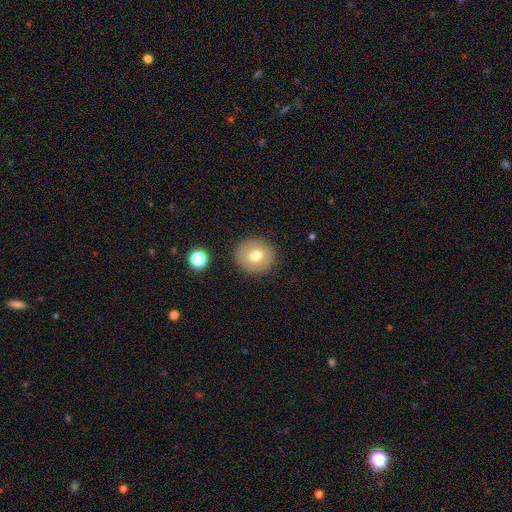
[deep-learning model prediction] smooth 72%, featured or disk 18%, star or artifact 10%. Down the decision tree: how rounded — round (88%); merging — none (89%).